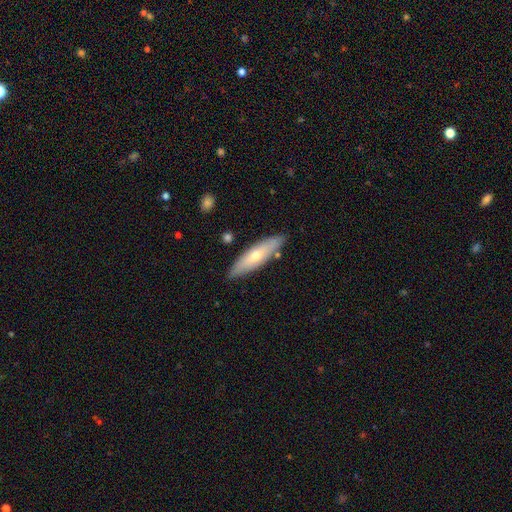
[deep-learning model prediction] smooth 56%, featured or disk 38%, star or artifact 6%. Down the decision tree: how rounded — cigar-shaped (65%); merging — none (83%).